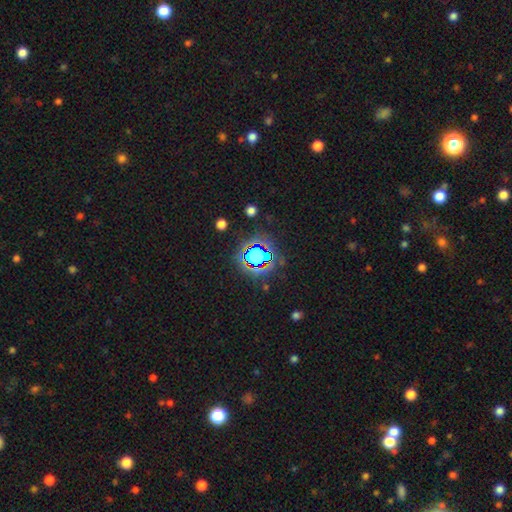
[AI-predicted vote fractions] A star or artifact, not a galaxy (64%).

Vote fractions:
- Smooth or featured? star or artifact: 64% / smooth: 25% / featured or disk: 11%